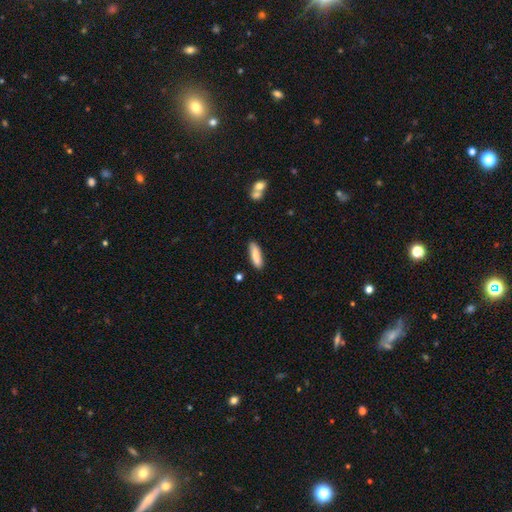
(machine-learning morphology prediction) This is clearly a smooth galaxy (82%). How rounded: likely cigar-shaped (60%). Merging: clearly none (85%).